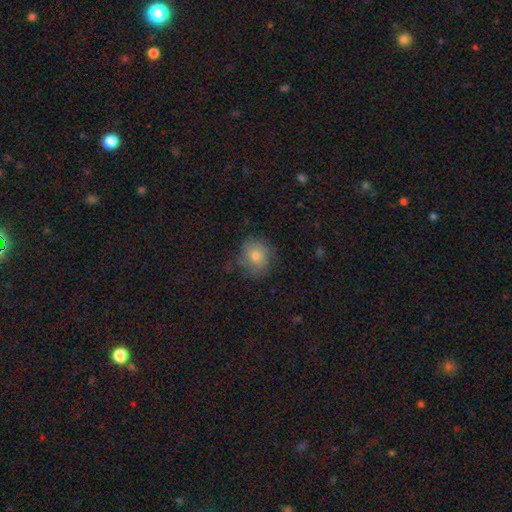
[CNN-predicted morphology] type=smooth (64%); roundness=round (74%); merging=none (70%).